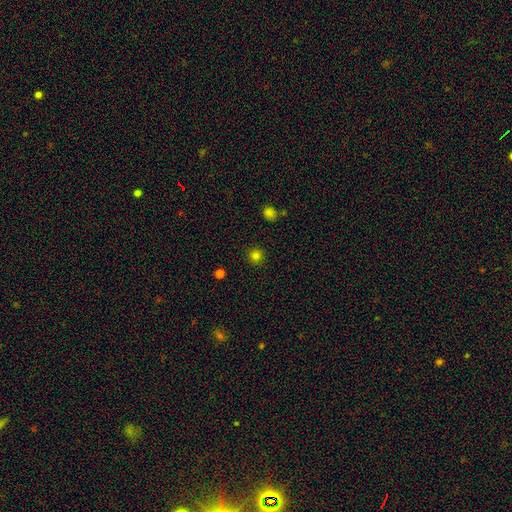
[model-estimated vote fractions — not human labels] smooth-or-featured: smooth: 81% | star or artifact: 15% | featured or disk: 4%
  how-rounded: round: 95% | in between: 4% | cigar-shaped: 1%
  merging: none: 91% | minor disturbance: 5% | major disturbance: 2% | merger: 1%